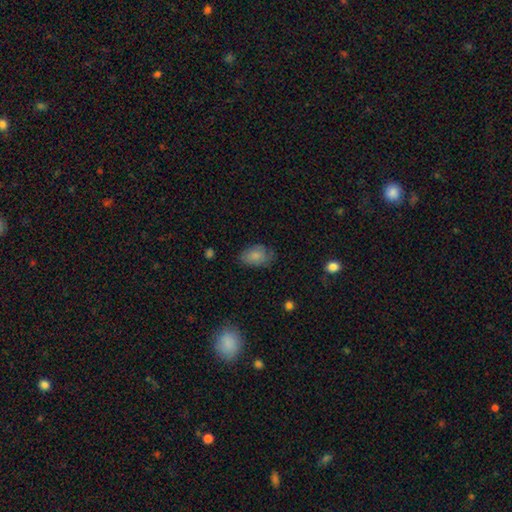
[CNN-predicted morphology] Smooth or featured?
  - smooth: 80% *
  - featured or disk: 13%
  - star or artifact: 8%
How rounded?
  - in between: 88% *
  - round: 10%
  - cigar-shaped: 1%
Merging?
  - none: 66% *
  - minor disturbance: 25%
  - major disturbance: 7%
  - merger: 1%